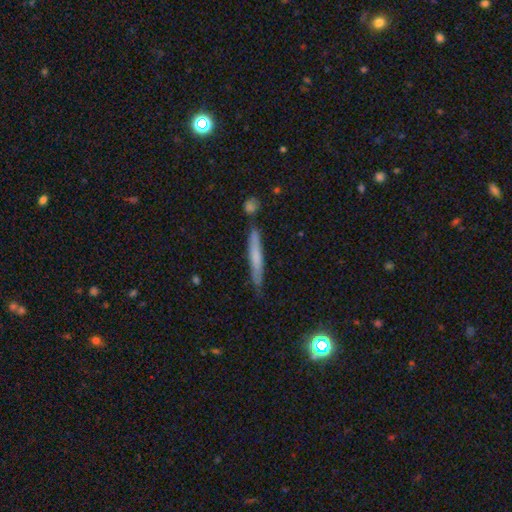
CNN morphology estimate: Smooth or featured?
  - smooth: 56% *
  - featured or disk: 36%
  - star or artifact: 8%
How rounded?
  - cigar-shaped: 95% *
  - in between: 4%
  - round: 2%
Merging?
  - none: 77% *
  - minor disturbance: 15%
  - merger: 5%
  - major disturbance: 3%